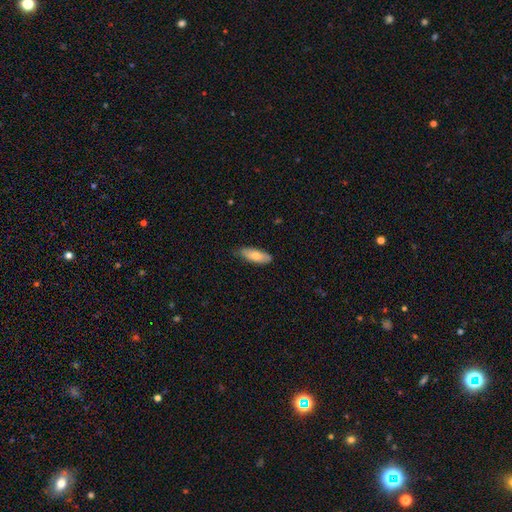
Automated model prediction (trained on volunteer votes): A smooth galaxy with no disk features (74%) that is in between round and cigar-shaped (69%).

Vote fractions:
- Smooth or featured? smooth: 74% / featured or disk: 21% / star or artifact: 6%
- How rounded? in between: 69% / cigar-shaped: 29% / round: 2%
- Merging? none: 75% / minor disturbance: 21% / major disturbance: 3% / merger: 1%